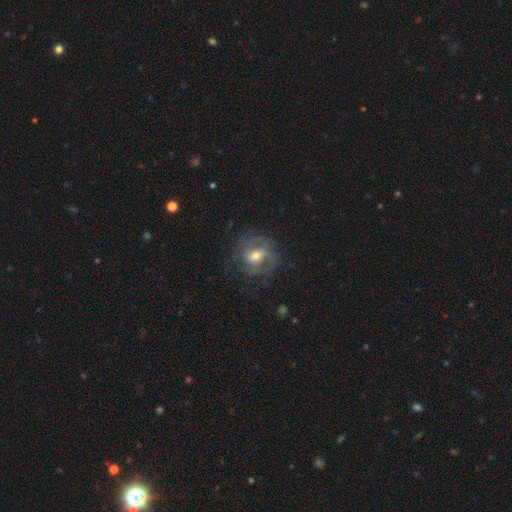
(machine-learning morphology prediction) type=featured or disk (71%); edge-on=no (96%); bar=weak (42%); spiral arms=yes (78%); winding=tight (48%); arm count=2 (43%); bulge=moderate (64%); merging=none (71%).